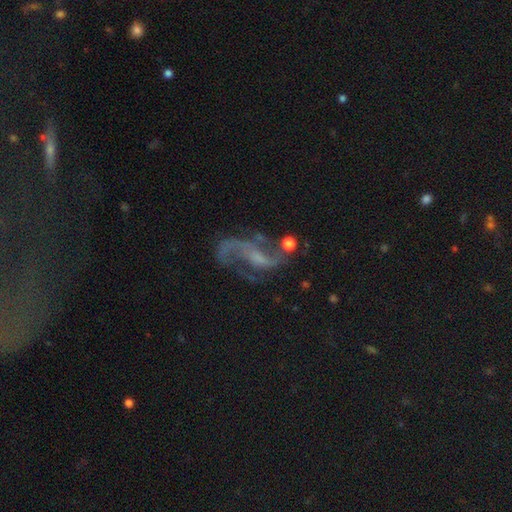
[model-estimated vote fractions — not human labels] A featured or disk galaxy (82%) with a weak bar (44%), 2 (78%) loose (60%) spiral arms (91%) and a small central bulge (39%). Merging: none (48%).